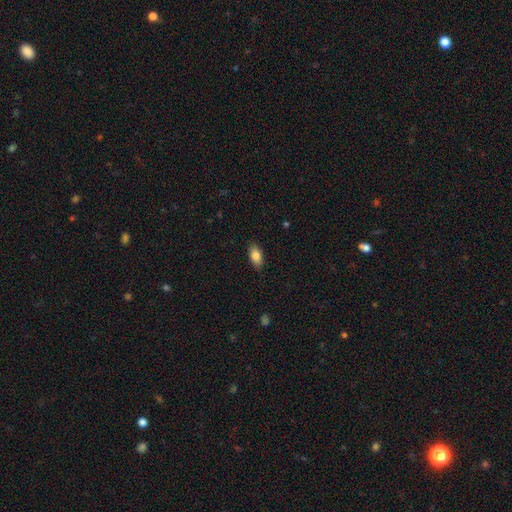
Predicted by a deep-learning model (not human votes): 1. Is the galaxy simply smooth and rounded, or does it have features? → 83% smooth, 10% featured or disk, 7% star or artifact.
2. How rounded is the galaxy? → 89% in between, 7% cigar-shaped, 4% round.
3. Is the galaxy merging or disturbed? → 87% none, 10% minor disturbance, 2% major disturbance, 1% merger.